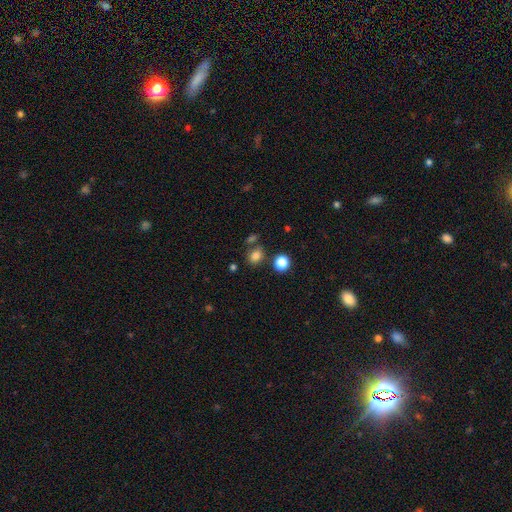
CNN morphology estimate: This appears to be a smooth galaxy with no disk features (80%) that is round (50%). Merging: none (72%).